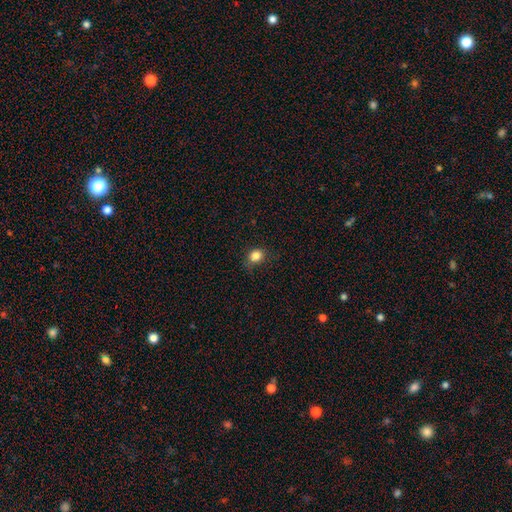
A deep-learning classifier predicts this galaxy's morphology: Smooth or featured: smooth — 83% (star or artifact — 12%)
How rounded: round — 65% (in between — 34%)
Merging: none — 75% (minor disturbance — 18%)